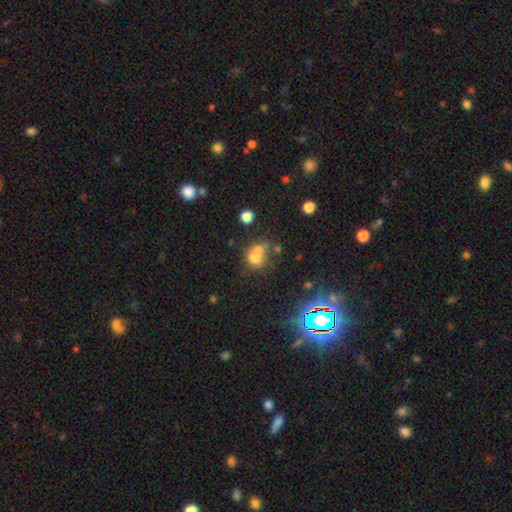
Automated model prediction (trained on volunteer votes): This is likely a smooth galaxy (64%). How rounded: possibly round (60%). Merging: possibly merger (50%).